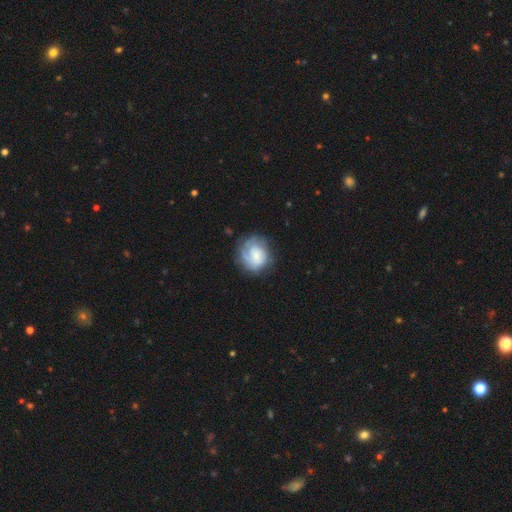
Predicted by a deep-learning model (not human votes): A featured or disk galaxy (52%) with no bar (68%), spiral arms (82%) and a small central bulge (38%). Merging: none (67%).